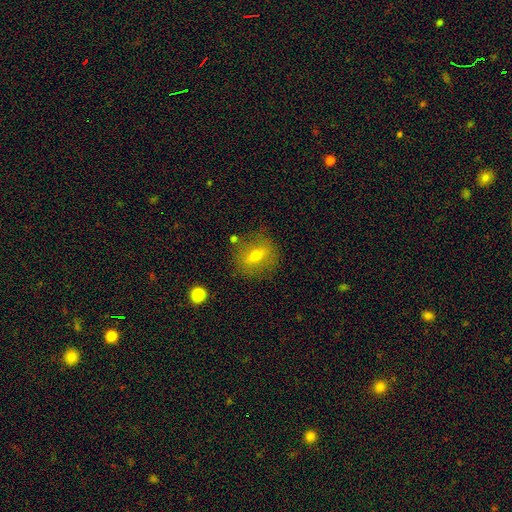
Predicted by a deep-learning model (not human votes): Morphology: type=smooth (53%); roundness=round (51%); merging=none (80%).